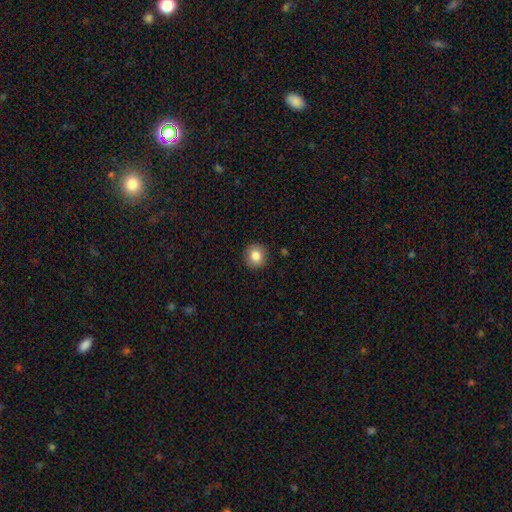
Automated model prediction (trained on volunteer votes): A smooth galaxy with no disk features (84%) that is round (91%).

Vote fractions:
- Smooth or featured? smooth: 84% / star or artifact: 9% / featured or disk: 7%
- How rounded? round: 91% / in between: 8% / cigar-shaped: 1%
- Merging? none: 91% / minor disturbance: 6% / major disturbance: 2% / merger: 1%